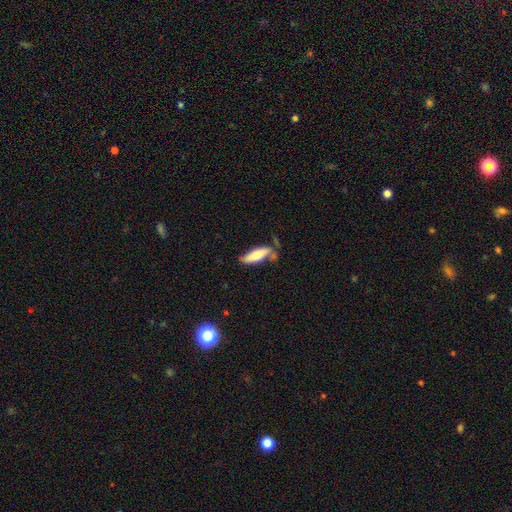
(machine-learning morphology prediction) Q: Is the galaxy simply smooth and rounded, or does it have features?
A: smooth — 67%.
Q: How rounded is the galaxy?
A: cigar-shaped — 51%.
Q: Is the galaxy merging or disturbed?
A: none — 57%.